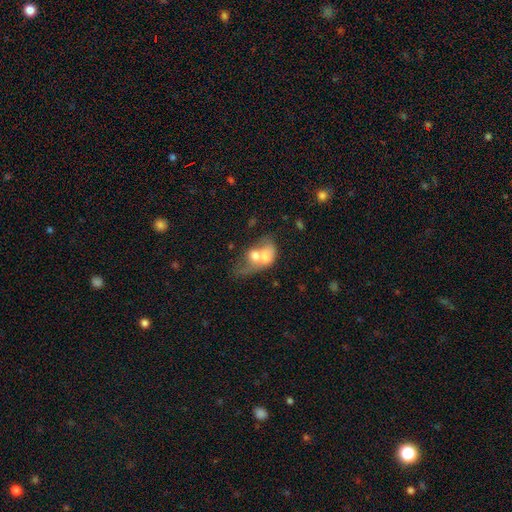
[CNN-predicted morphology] smooth-or-featured: smooth: 56% | featured or disk: 35% | star or artifact: 8%
  how-rounded: in between: 68% | round: 30% | cigar-shaped: 2%
  merging: merger: 74% | major disturbance: 12% | none: 8% | minor disturbance: 6%